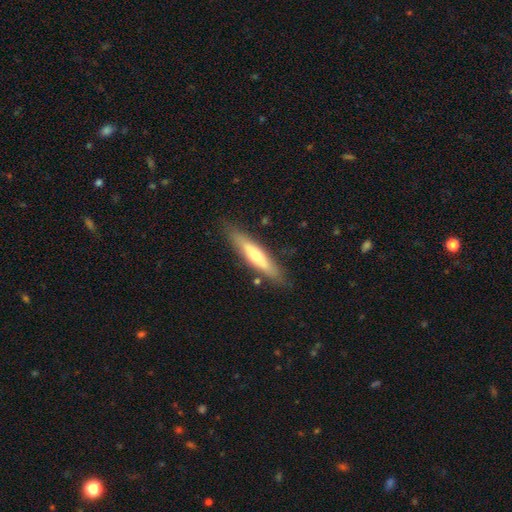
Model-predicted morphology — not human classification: A featured or disk galaxy (48%). Merging: none (83%).